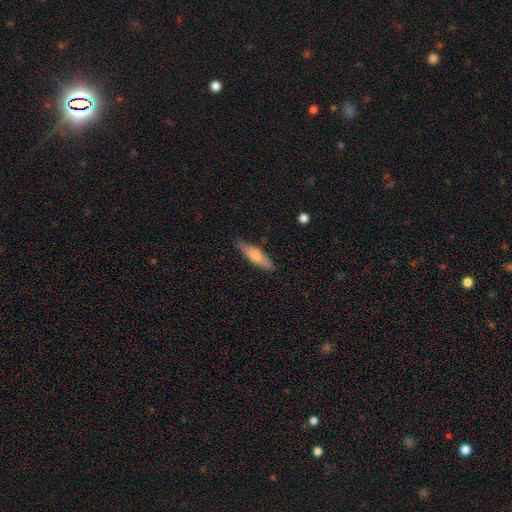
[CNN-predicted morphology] smooth-or-featured: smooth: 68% | featured or disk: 26% | star or artifact: 6%
  how-rounded: cigar-shaped: 63% | in between: 36% | round: 2%
  merging: none: 84% | minor disturbance: 13% | major disturbance: 2% | merger: 1%